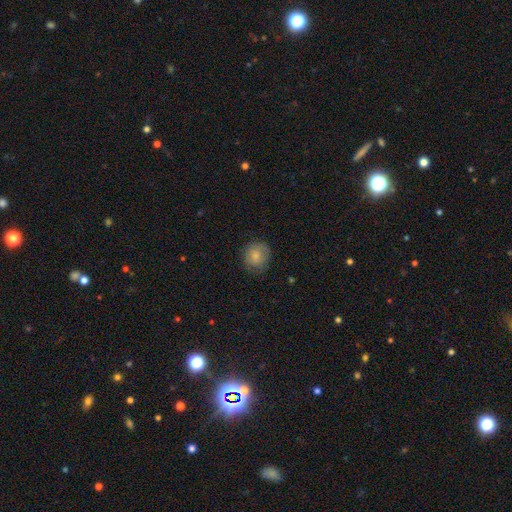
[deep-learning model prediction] smooth_or_featured: smooth (p=0.80) [alt: featured or disk p=0.12]
how_rounded: round (p=0.83) [alt: in between p=0.16]
merging: none (p=0.74) [alt: minor disturbance p=0.20]